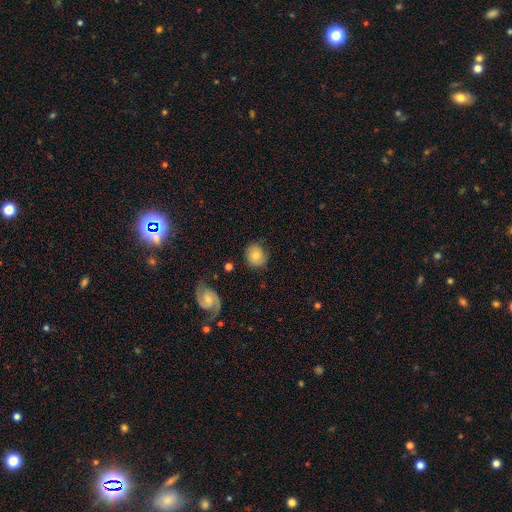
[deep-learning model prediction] This is likely a smooth galaxy (70%). How rounded: likely round (72%). Merging: clearly none (80%).